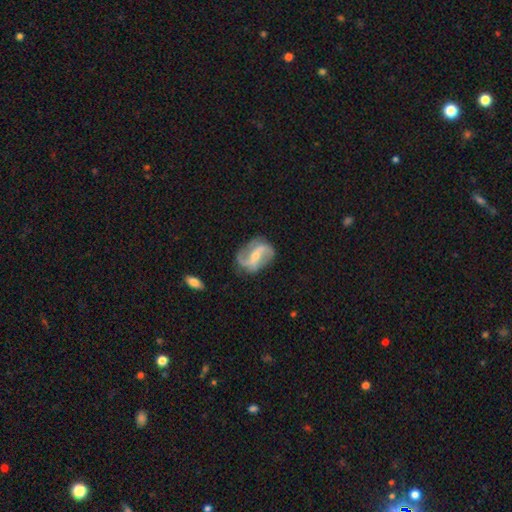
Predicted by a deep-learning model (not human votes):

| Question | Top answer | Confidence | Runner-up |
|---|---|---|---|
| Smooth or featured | featured or disk | 86% | smooth (9%) |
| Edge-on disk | no | 97% | yes (3%) |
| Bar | strong | 41% | weak (37%) |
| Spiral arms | yes | 94% | no (6%) |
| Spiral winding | loose | 56% | medium (34%) |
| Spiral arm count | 2 | 90% | can't tell (3%) |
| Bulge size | small | 57% | moderate (38%) |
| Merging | none | 74% | minor disturbance (17%) |